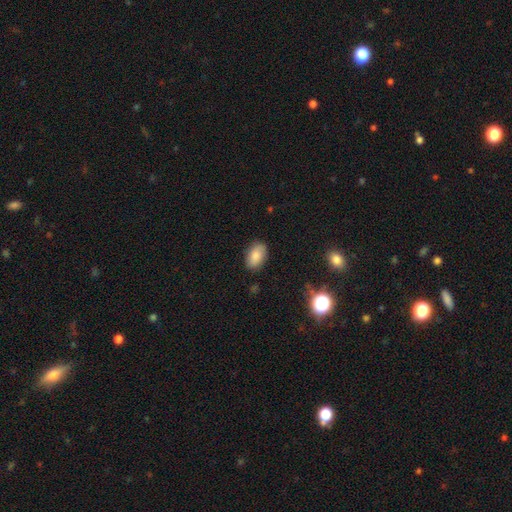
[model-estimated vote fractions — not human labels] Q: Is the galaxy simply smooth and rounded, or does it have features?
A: smooth — 85%.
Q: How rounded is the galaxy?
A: in between — 91%.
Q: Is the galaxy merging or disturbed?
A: none — 85%.